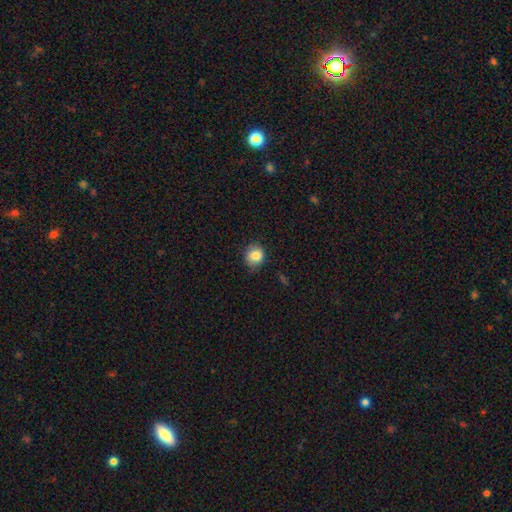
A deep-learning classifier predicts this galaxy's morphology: smooth 83%, star or artifact 9%, featured or disk 7%. Down the decision tree: how rounded — round (79%); merging — none (77%).